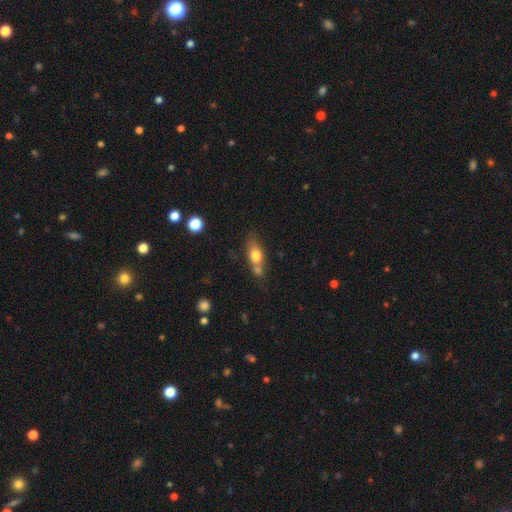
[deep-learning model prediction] smooth_or_featured: smooth (p=0.71) [alt: featured or disk p=0.21]
how_rounded: in between (p=0.68) [alt: cigar-shaped p=0.19]
merging: none (p=0.40) [alt: merger p=0.36]